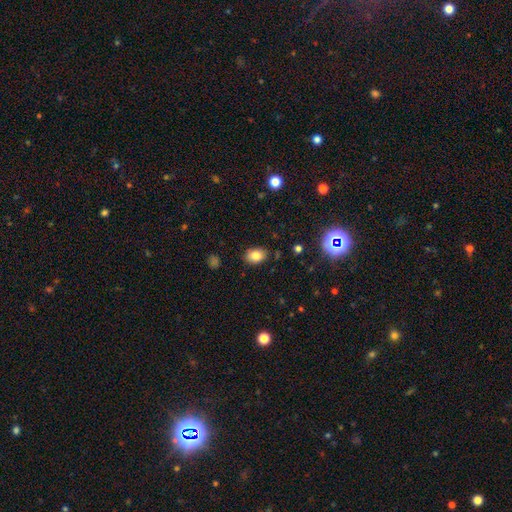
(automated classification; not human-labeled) A smooth galaxy with no disk features (81%) that is in between round and cigar-shaped (77%).

Vote fractions:
- Smooth or featured? smooth: 81% / star or artifact: 11% / featured or disk: 8%
- How rounded? in between: 77% / round: 22% / cigar-shaped: 1%
- Merging? none: 84% / minor disturbance: 12% / major disturbance: 3% / merger: 2%